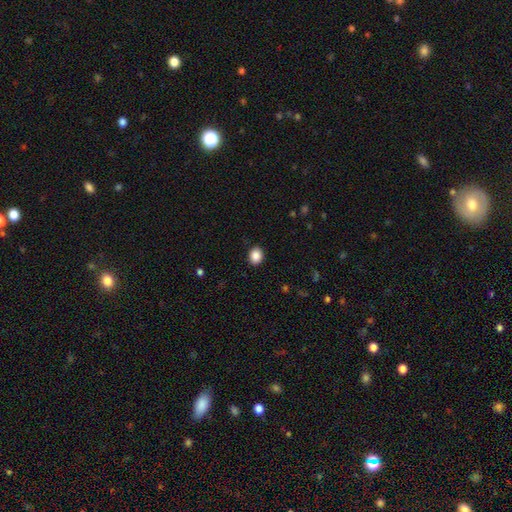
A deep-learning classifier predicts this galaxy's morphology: smooth 88%, star or artifact 9%, featured or disk 3%. Down the decision tree: how rounded — round (59%); merging — none (90%).